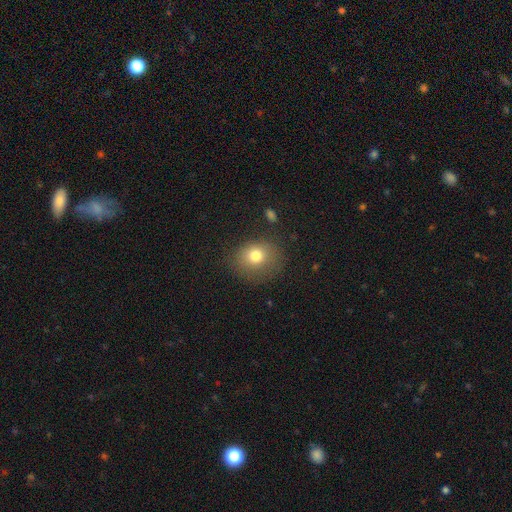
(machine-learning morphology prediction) Smooth or featured? Predicted: smooth (p=0.77). How rounded? Predicted: round (p=0.67). Merging? Predicted: none (p=0.73).